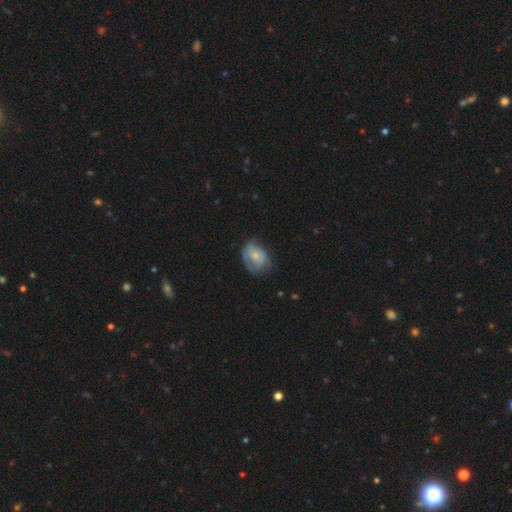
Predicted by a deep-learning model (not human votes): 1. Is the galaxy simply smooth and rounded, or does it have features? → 51% smooth, 42% featured or disk, 7% star or artifact.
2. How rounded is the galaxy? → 61% in between, 37% round, 1% cigar-shaped.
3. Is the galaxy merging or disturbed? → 48% none, 33% minor disturbance, 17% major disturbance, 2% merger.